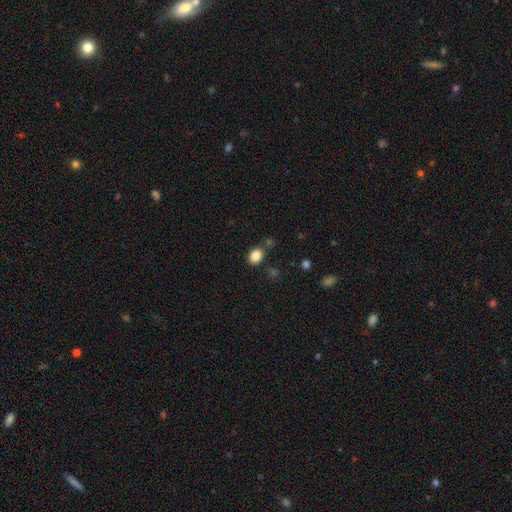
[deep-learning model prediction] smooth 85%, star or artifact 10%, featured or disk 5%. Down the decision tree: how rounded — in between (66%); merging — none (77%).